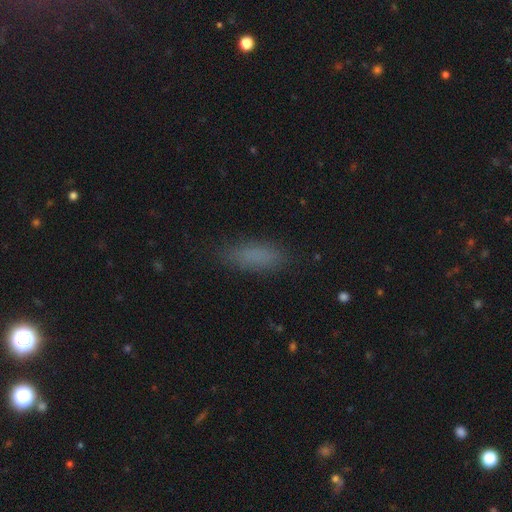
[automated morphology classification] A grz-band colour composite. It shows a smooth galaxy with no disk features (81%) that is in between round and cigar-shaped (58%). Merging: none (82%).